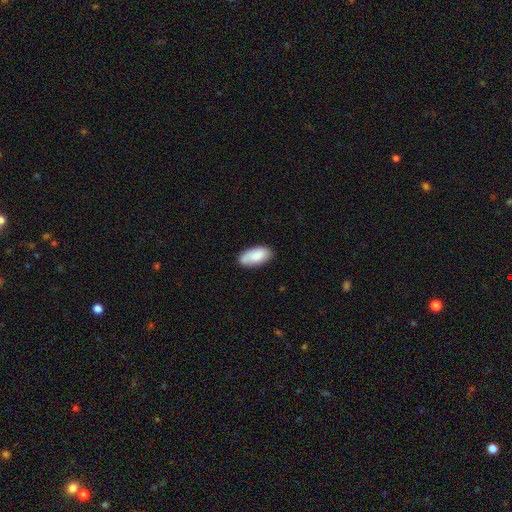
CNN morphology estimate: A smooth galaxy with no disk features (83%) that is in between round and cigar-shaped (92%). Merging: none (75%).